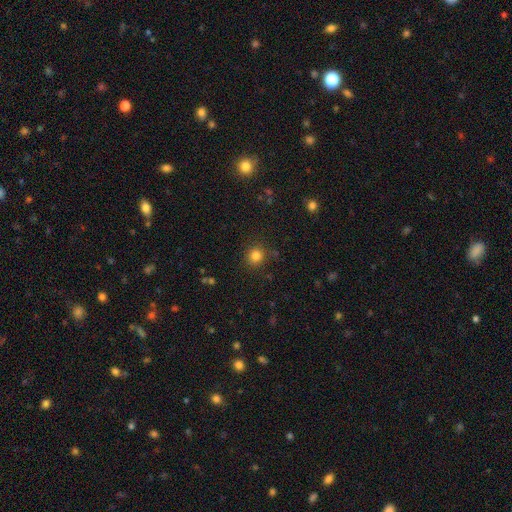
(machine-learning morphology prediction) type=smooth (82%); roundness=round (90%); merging=none (87%).